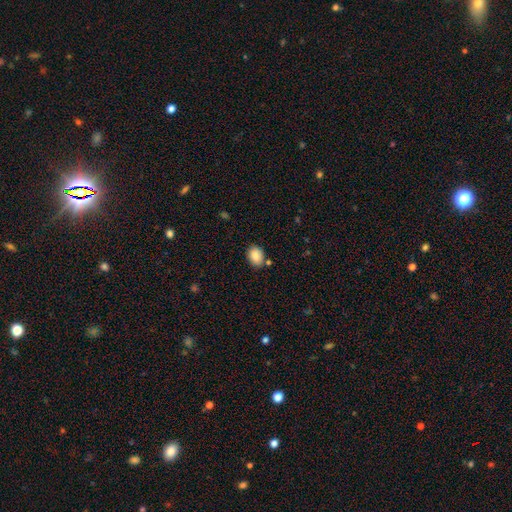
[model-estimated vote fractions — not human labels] The model was most divided on "how rounded": in between: 69%, round: 30%, cigar-shaped: 1%. More confident: smooth or featured — smooth (87%); merging — none (79%).